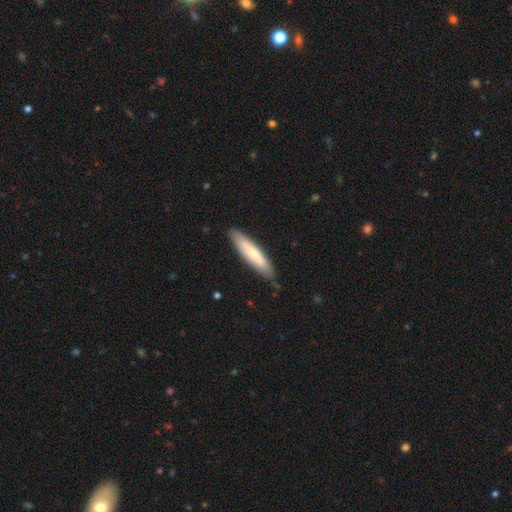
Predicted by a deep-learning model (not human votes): smooth 63%, featured or disk 31%, star or artifact 6%. Down the decision tree: how rounded — cigar-shaped (82%); merging — none (83%).